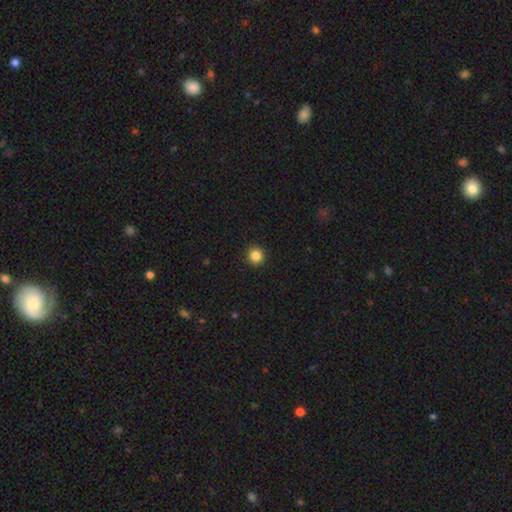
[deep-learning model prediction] The model was most divided on "smooth or featured": smooth: 86%, star or artifact: 11%, featured or disk: 4%. More confident: how rounded — round (94%); merging — none (93%).